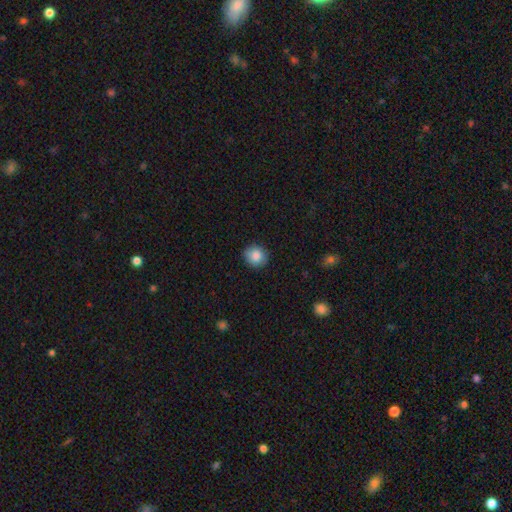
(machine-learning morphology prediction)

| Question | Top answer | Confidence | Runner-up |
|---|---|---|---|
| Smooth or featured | smooth | 86% | star or artifact (9%) |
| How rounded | round | 87% | in between (12%) |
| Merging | none | 89% | minor disturbance (9%) |